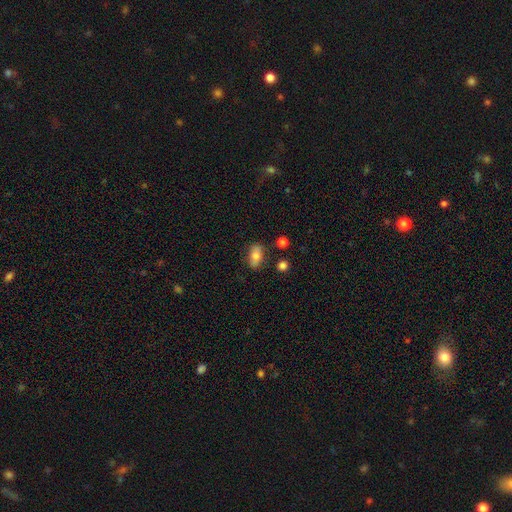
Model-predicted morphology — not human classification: Q: Smooth or featured?
A: smooth (74%); runner-up: featured or disk (18%)
Q: How rounded?
A: in between (85%); runner-up: cigar-shaped (8%)
Q: Merging?
A: none (80%); runner-up: minor disturbance (14%)